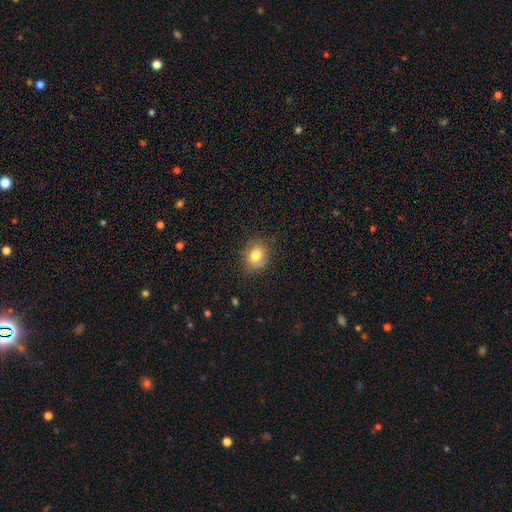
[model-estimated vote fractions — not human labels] Morphology: type=smooth (78%); roundness=round (59%); merging=none (78%).